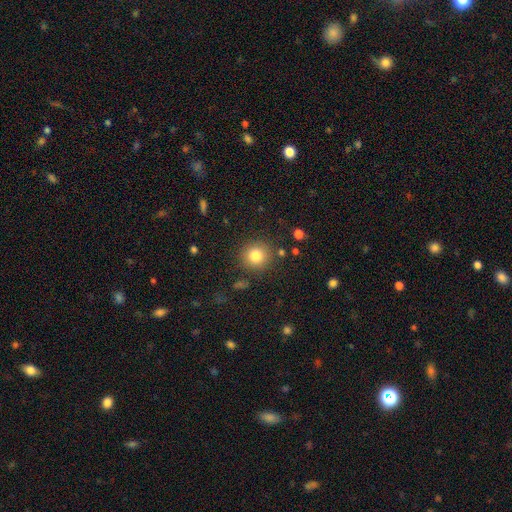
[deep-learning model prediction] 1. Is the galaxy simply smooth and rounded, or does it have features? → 81% smooth, 11% star or artifact, 7% featured or disk.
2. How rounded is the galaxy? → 90% round, 9% in between, 1% cigar-shaped.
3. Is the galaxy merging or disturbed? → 87% none, 8% minor disturbance, 3% major disturbance, 3% merger.